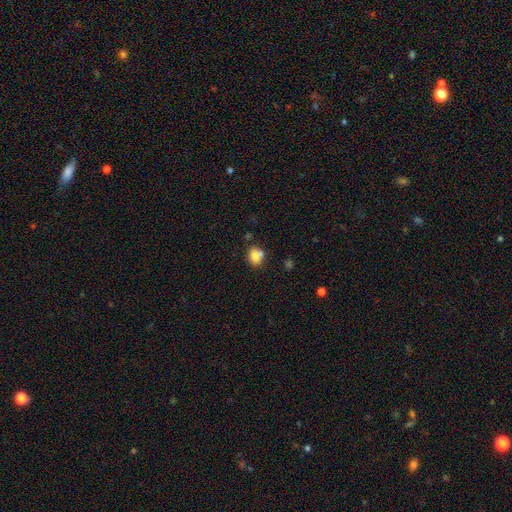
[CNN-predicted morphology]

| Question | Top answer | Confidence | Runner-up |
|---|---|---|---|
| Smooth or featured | smooth | 79% | featured or disk (11%) |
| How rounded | round | 58% | in between (41%) |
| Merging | none | 58% | merger (24%) |